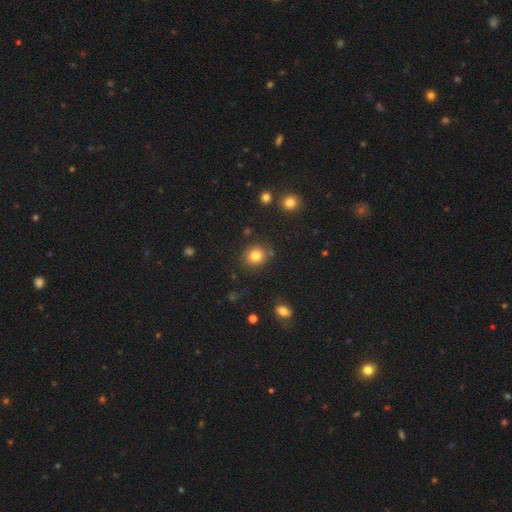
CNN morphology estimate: Smooth or featured? smooth (81%)
How rounded? round (79%)
Merging? none (83%)